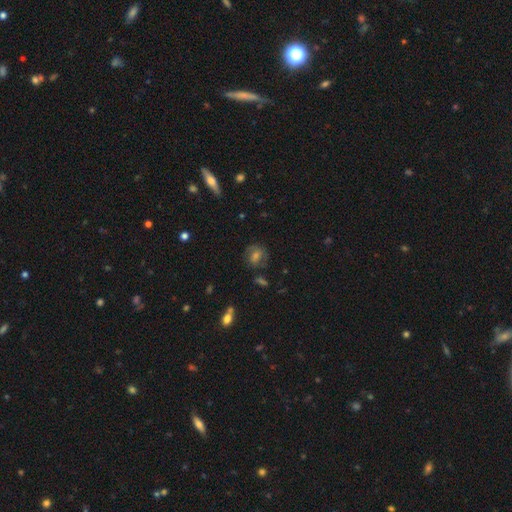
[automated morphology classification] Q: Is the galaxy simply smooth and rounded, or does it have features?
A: smooth — 42%.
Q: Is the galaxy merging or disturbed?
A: none — 75%.